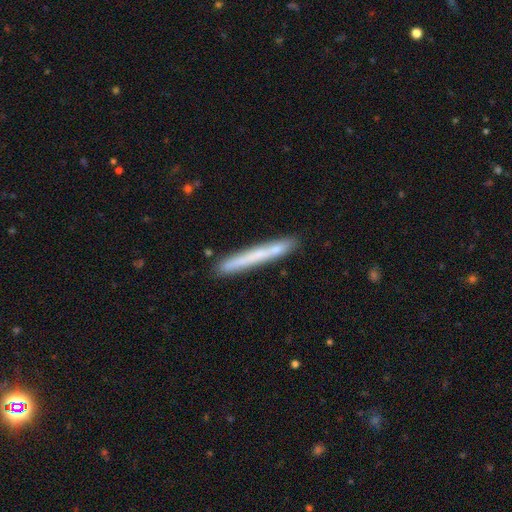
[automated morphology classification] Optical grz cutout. It shows a smooth galaxy with no disk features (59%) that is cigar-shaped (97%). Merging: none (85%).